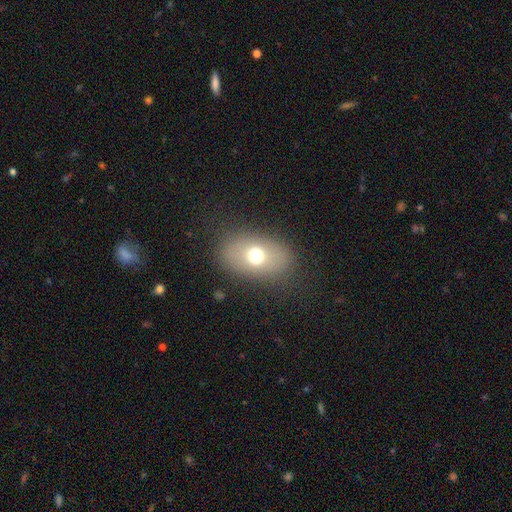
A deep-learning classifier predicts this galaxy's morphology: smooth 67%, featured or disk 21%, star or artifact 12%. Down the decision tree: how rounded — in between (80%); merging — none (82%).